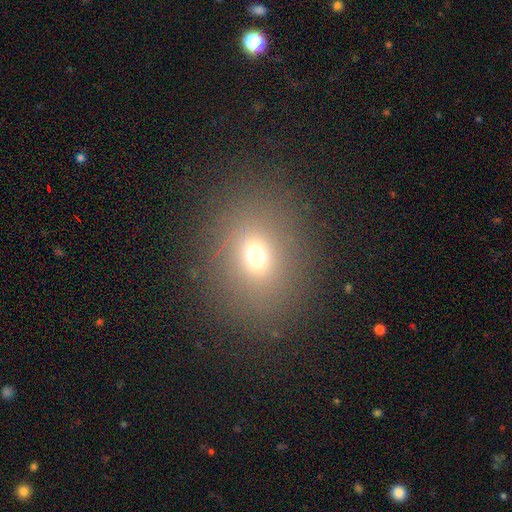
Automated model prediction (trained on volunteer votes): Q: Smooth or featured?
A: smooth (67%); runner-up: star or artifact (20%)
Q: How rounded?
A: round (51%); runner-up: in between (48%)
Q: Merging?
A: none (84%); runner-up: minor disturbance (9%)